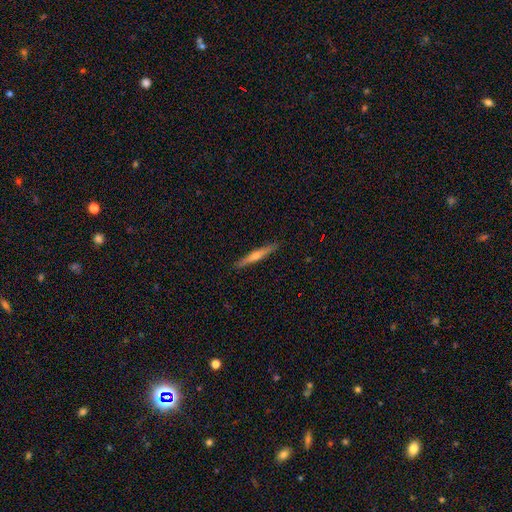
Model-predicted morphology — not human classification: Smooth or featured? featured or disk (53%)
Edge-on disk? yes (97%)
Edge-on bulge? rounded (70%)
Merging? none (91%)